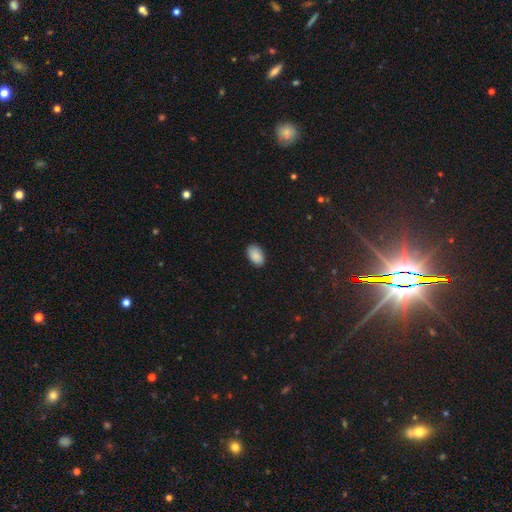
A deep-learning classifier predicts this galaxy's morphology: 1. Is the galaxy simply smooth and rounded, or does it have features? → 88% smooth, 7% star or artifact, 5% featured or disk.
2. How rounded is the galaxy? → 92% in between, 7% round, 1% cigar-shaped.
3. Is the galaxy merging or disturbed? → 87% none, 10% minor disturbance, 2% major disturbance, 1% merger.